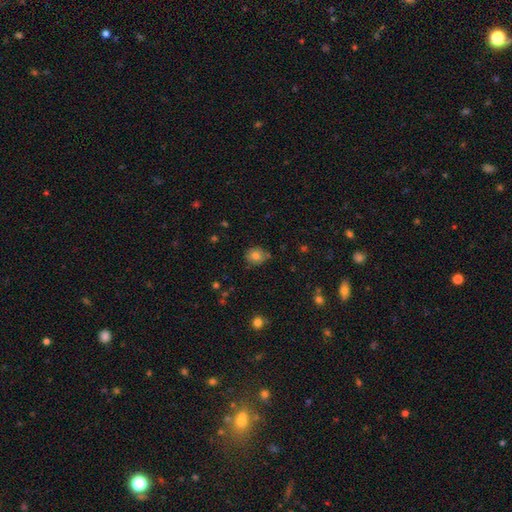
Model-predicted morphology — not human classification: smooth-or-featured: smooth: 79% | star or artifact: 11% | featured or disk: 10%
  how-rounded: round: 74% | in between: 25% | cigar-shaped: 1%
  merging: none: 75% | minor disturbance: 19% | major disturbance: 3% | merger: 3%